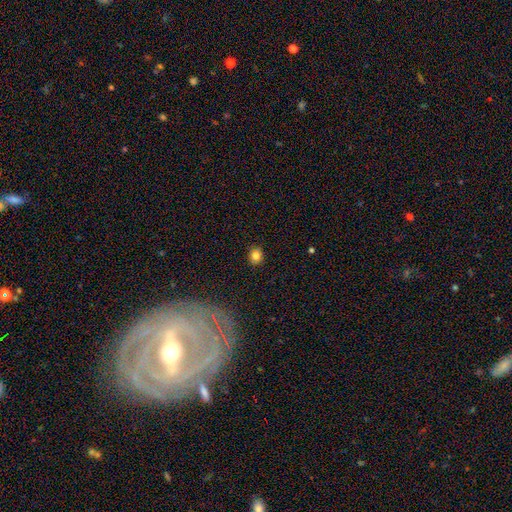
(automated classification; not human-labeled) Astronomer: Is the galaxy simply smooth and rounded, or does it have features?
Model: smooth — 83%.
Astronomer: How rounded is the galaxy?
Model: round — 74%.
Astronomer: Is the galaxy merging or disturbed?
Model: none — 89%.